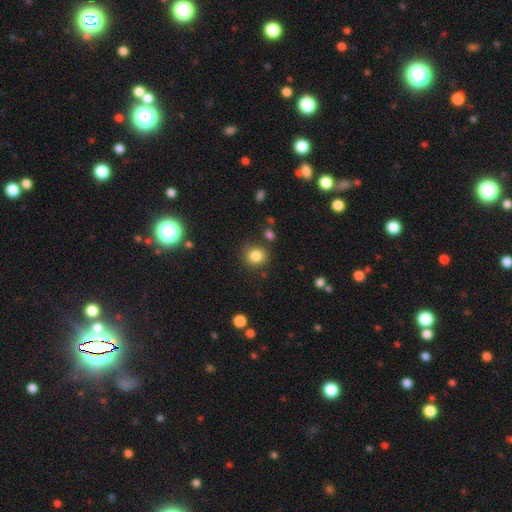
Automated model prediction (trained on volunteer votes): Morphology: type=smooth (84%); roundness=round (83%); merging=none (83%).